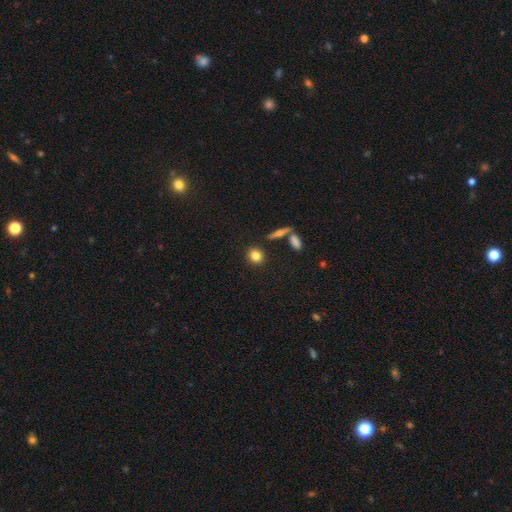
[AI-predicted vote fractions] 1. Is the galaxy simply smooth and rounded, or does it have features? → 82% smooth, 9% star or artifact, 9% featured or disk.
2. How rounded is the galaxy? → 80% round, 17% in between, 2% cigar-shaped.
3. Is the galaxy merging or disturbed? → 85% none, 7% minor disturbance, 5% merger, 2% major disturbance.